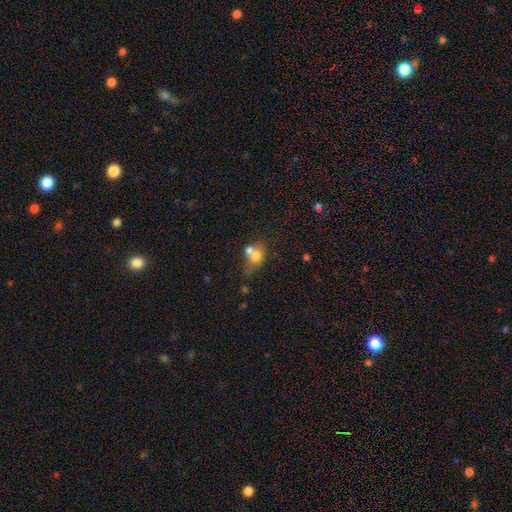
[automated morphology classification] This appears to be a smooth galaxy with no disk features (68%) that is in between round and cigar-shaped (49%, tied with round). Merging: merger (58%).